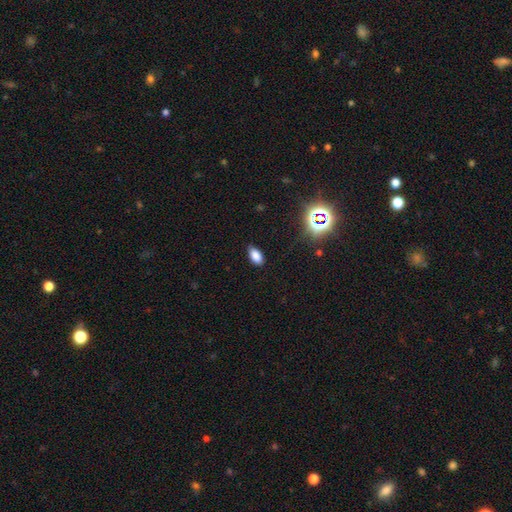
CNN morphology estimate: smooth_or_featured: smooth (p=0.81) [alt: star or artifact p=0.14]
how_rounded: in between (p=0.92) [alt: round p=0.04]
merging: none (p=0.84) [alt: minor disturbance p=0.12]